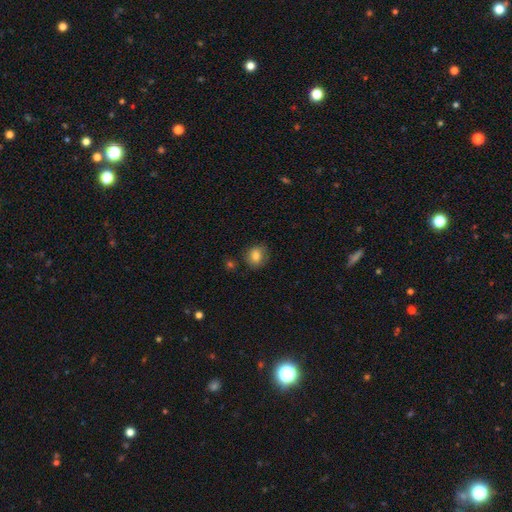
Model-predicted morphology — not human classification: Overall: smooth (79%). How rounded: round (74%). Merging: none (75%).